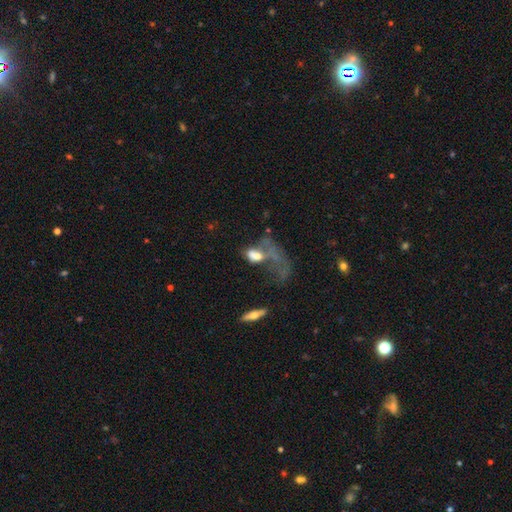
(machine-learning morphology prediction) smooth_or_featured: smooth (p=0.48) [alt: featured or disk p=0.40]
merging: major disturbance (p=0.57) [alt: merger p=0.24]